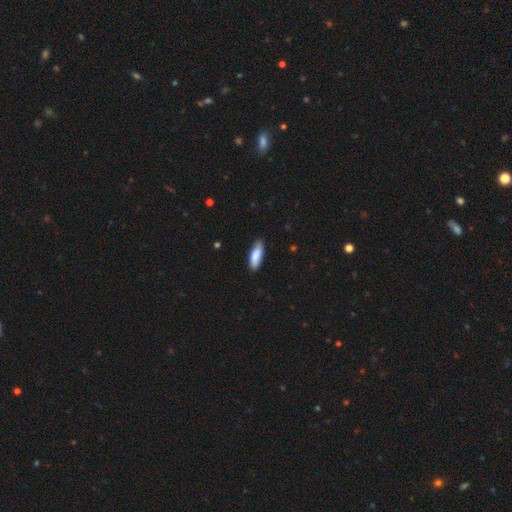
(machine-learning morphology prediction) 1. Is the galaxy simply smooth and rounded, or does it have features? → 85% smooth, 10% featured or disk, 6% star or artifact.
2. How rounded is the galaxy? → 65% in between, 33% cigar-shaped, 2% round.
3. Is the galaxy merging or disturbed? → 80% none, 16% minor disturbance, 2% major disturbance, 1% merger.